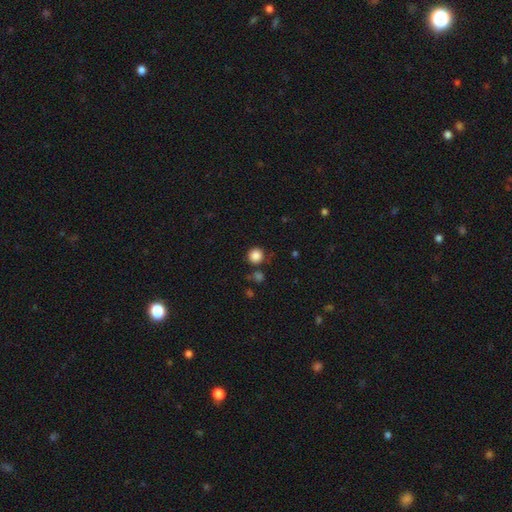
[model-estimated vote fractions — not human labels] A smooth galaxy with no disk features (86%) that is round (94%). Merging: none (82%).